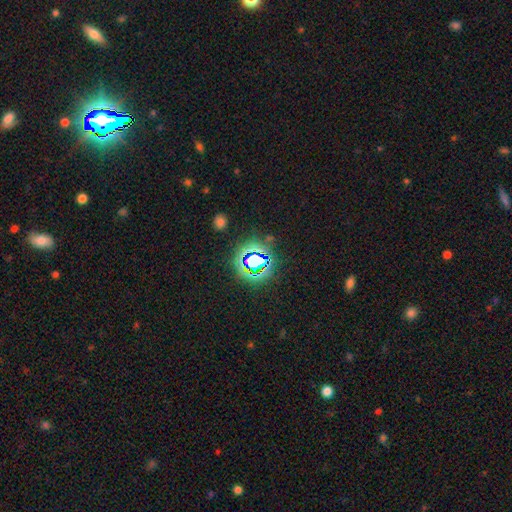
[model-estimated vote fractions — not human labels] This appears to be a star or artifact, not a galaxy (76%).